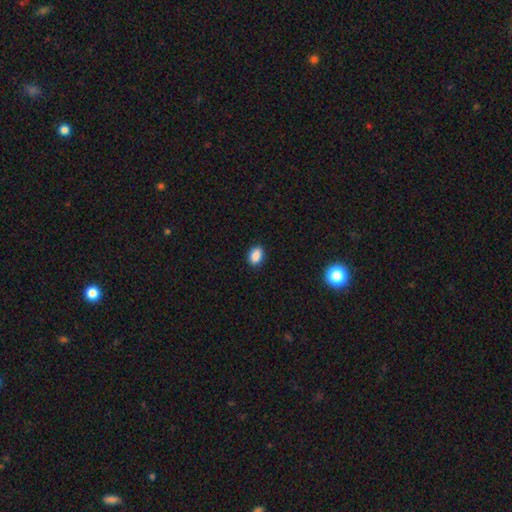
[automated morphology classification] smooth_or_featured: smooth (p=0.88) [alt: star or artifact p=0.09]
how_rounded: in between (p=0.81) [alt: round p=0.18]
merging: none (p=0.89) [alt: minor disturbance p=0.08]